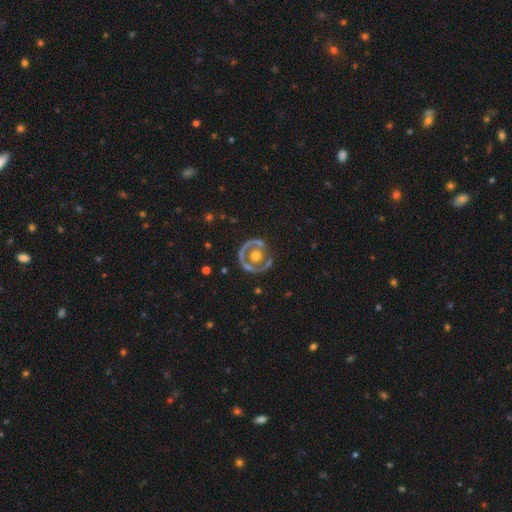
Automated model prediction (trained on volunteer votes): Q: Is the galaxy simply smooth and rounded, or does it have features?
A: featured or disk — 61%.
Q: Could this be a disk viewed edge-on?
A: no — 94%.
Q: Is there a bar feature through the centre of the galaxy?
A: no — 90%.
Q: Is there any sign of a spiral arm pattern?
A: no — 84%.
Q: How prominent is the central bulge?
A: moderate — 57%.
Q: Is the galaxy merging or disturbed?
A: none — 71%.